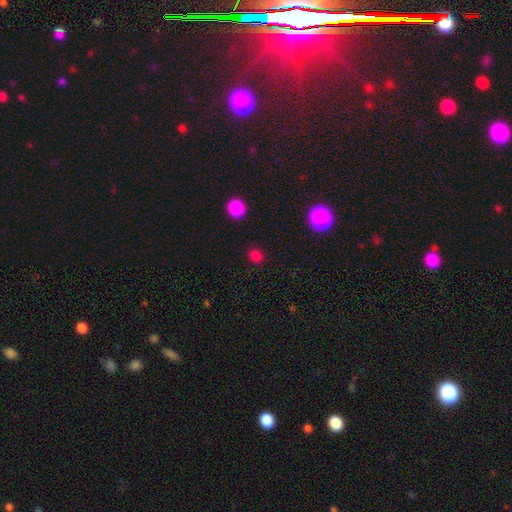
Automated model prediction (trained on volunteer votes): This is likely a smooth galaxy (78%). How rounded: likely round (72%). Merging: clearly none (87%).